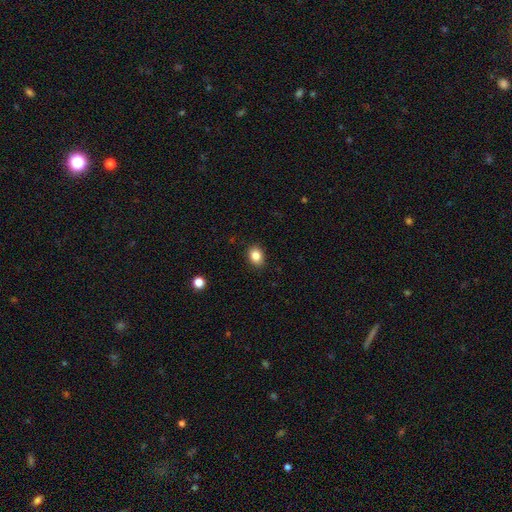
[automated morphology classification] Smooth or featured?
  - smooth: 84% *
  - star or artifact: 10%
  - featured or disk: 6%
How rounded?
  - in between: 54% *
  - round: 45%
  - cigar-shaped: 1%
Merging?
  - none: 89% *
  - minor disturbance: 8%
  - major disturbance: 2%
  - merger: 1%